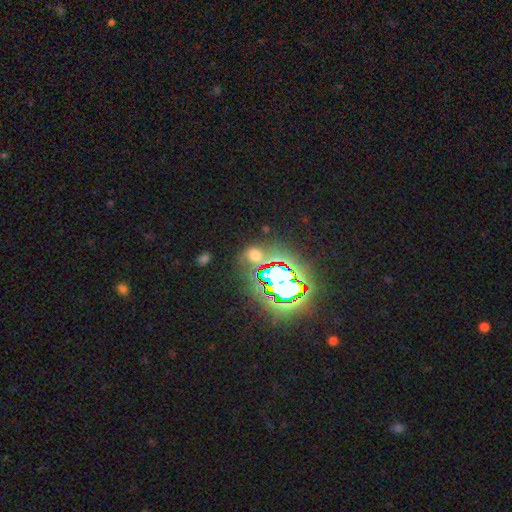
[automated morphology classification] star or artifact 53%, smooth 35%, featured or disk 12%.